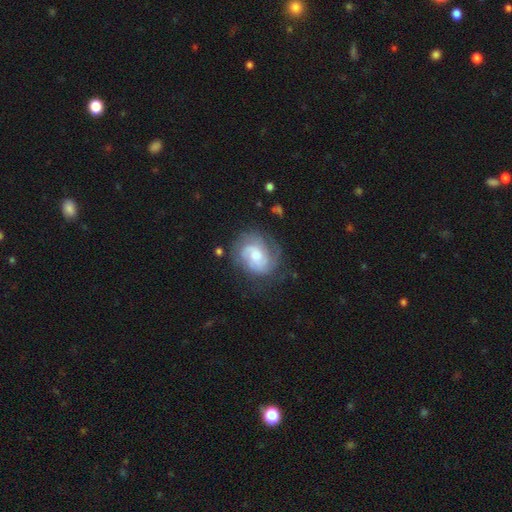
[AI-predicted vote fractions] Overall: featured or disk (72%). Edge-on disk: no (98%). Bar: no (61%; weak 33%). Spiral arms: yes (92%). Spiral arm count: 2 (45%; can't tell 26%). Spiral winding: tight (46%; medium 40%). Bulge size: moderate (43%; small 27%). Merging: none (64%).